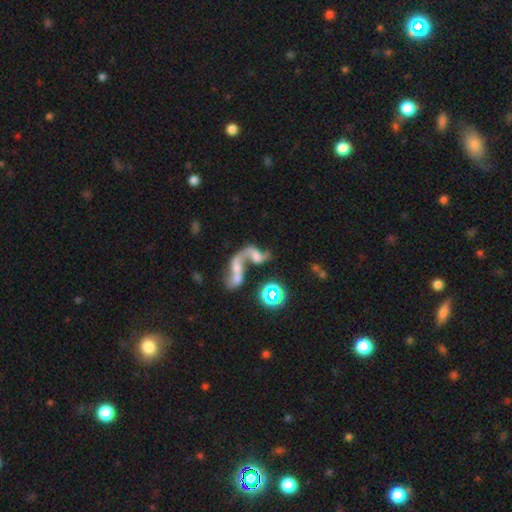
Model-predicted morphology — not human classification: type=featured or disk (55%); edge-on=no (94%); bar=no (65%); spiral arms=yes (62%); bulge=none (36%); merging=merger (72%).